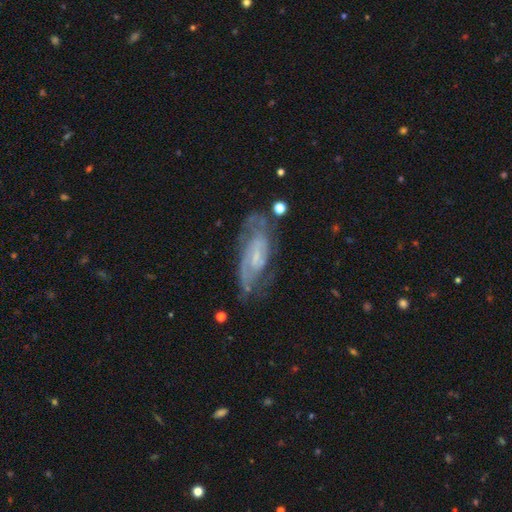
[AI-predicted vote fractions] The model was most divided on "spiral winding": tight: 43%, medium: 42%, loose: 14%. Remaining: edge-on disk — no (91%); spiral arms — yes (88%); smooth or featured — featured or disk (77%); merging — none (64%); bulge size — small (62%); spiral arm count — 2 (54%); bar — no (46%).